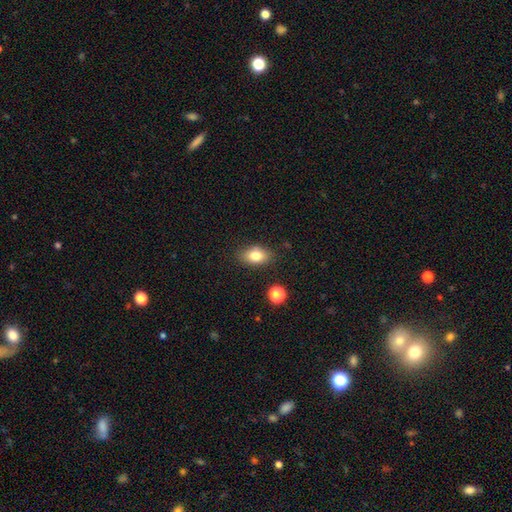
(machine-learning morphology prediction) The model was most divided on "how rounded": in between: 82%, round: 16%, cigar-shaped: 2%. More confident: merging — none (83%); smooth or featured — smooth (79%).